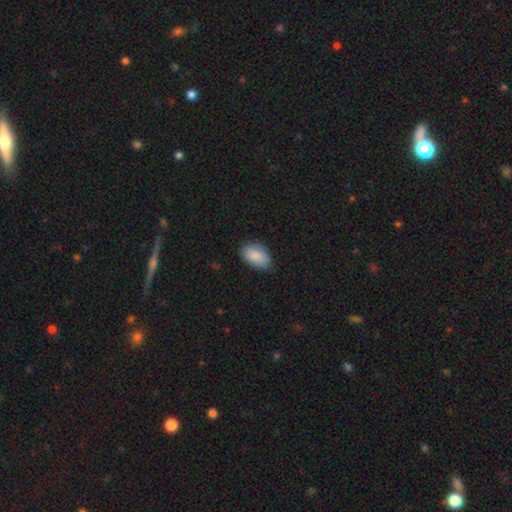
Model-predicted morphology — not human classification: smooth_or_featured: smooth (p=0.87) [alt: featured or disk p=0.07]
how_rounded: in between (p=0.92) [alt: round p=0.06]
merging: none (p=0.81) [alt: minor disturbance p=0.15]